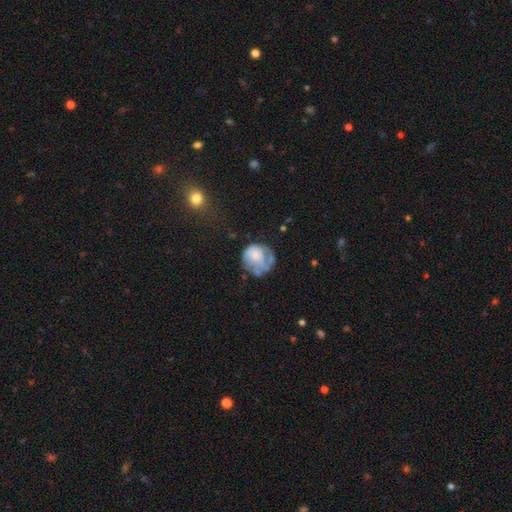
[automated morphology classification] Smooth or featured?
  - smooth: 46% *
  - featured or disk: 45%
  - star or artifact: 9%
Merging?
  - none: 42% *
  - major disturbance: 27%
  - minor disturbance: 26%
  - merger: 5%